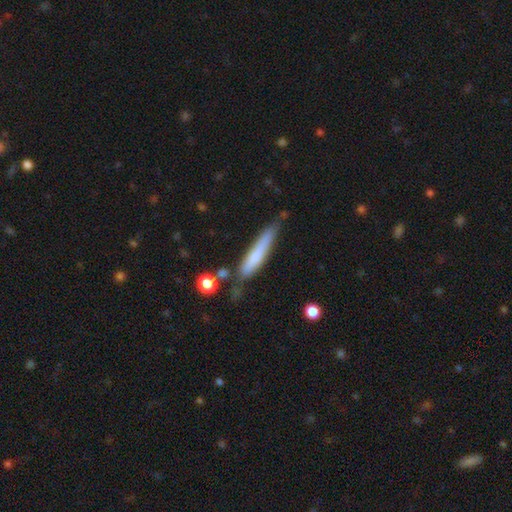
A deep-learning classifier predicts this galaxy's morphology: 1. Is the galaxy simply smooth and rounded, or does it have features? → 65% smooth, 29% featured or disk, 6% star or artifact.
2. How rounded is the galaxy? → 91% cigar-shaped, 8% in between, 1% round.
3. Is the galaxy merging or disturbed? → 63% none, 24% minor disturbance, 7% merger, 6% major disturbance.